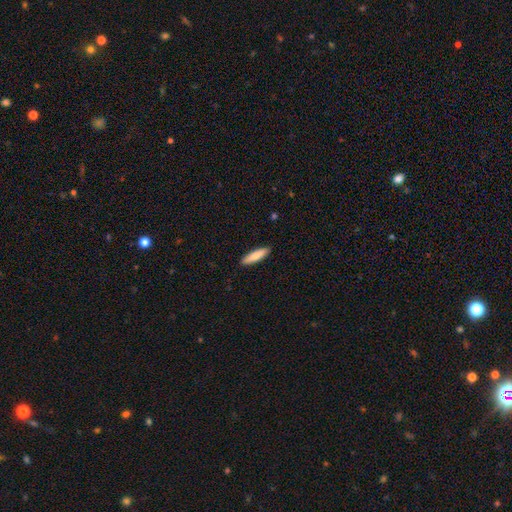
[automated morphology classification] The model was most divided on "how rounded": cigar-shaped: 73%, in between: 25%, round: 1%. More confident: merging — none (90%); smooth or featured — smooth (81%).